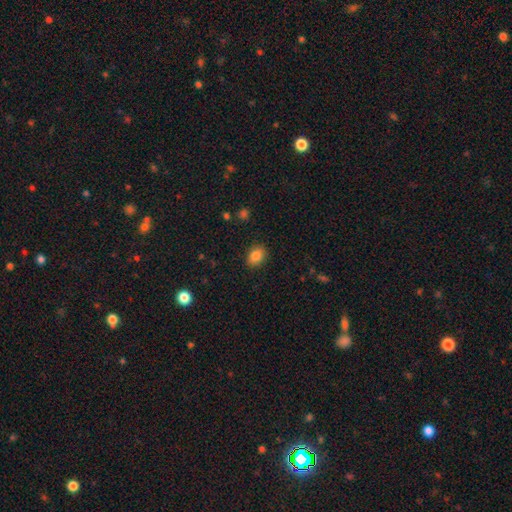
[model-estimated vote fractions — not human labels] Overall: smooth (84%). How rounded: in between (66%; round 33%). Merging: none (88%).